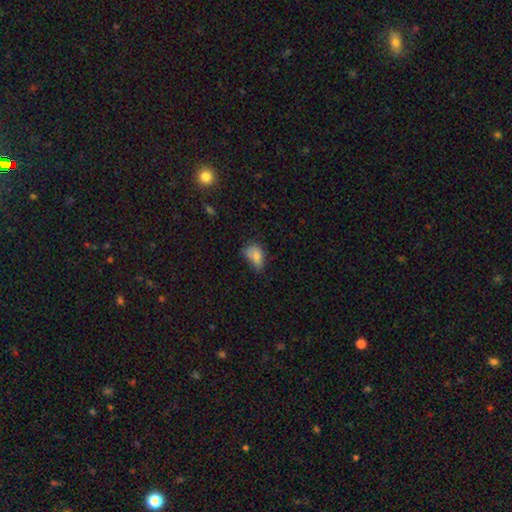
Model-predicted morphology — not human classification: type=smooth (76%); roundness=in between (87%); merging=minor disturbance (38%).